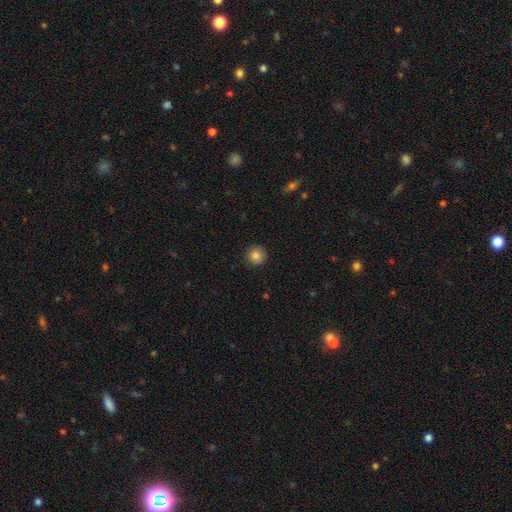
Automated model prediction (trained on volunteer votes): Smooth or featured? Predicted: smooth (p=0.84). How rounded? Predicted: round (p=0.94). Merging? Predicted: none (p=0.90).